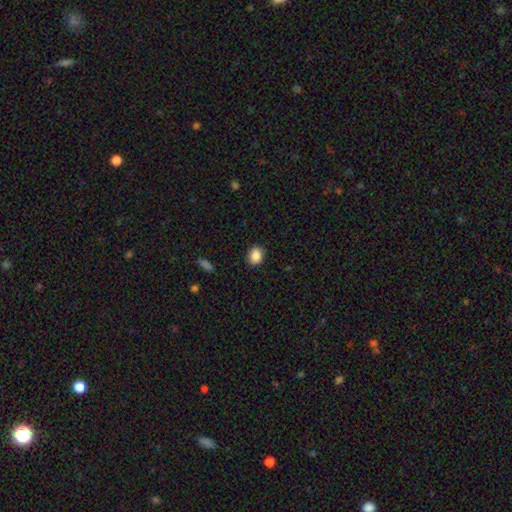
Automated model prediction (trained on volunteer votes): Smooth or featured? Predicted: smooth (p=0.88). How rounded? Predicted: in between (p=0.59). Merging? Predicted: none (p=0.88).